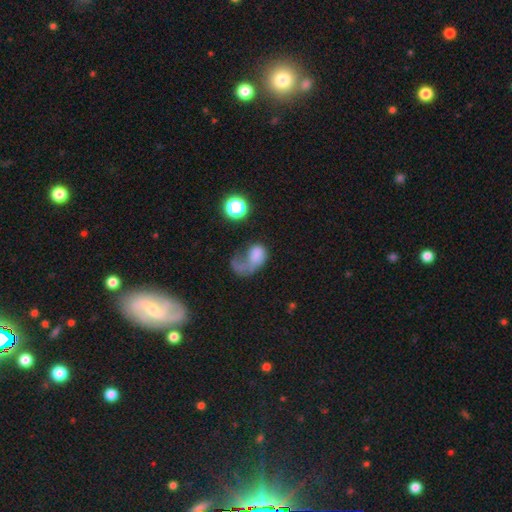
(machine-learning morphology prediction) Overall: smooth (57%; featured or disk 31%). How rounded: in between (70%). Merging: major disturbance (61%).